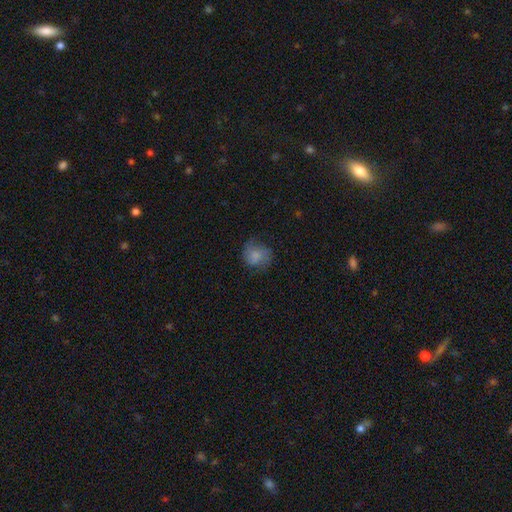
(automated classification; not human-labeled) Morphology: type=smooth (71%); roundness=round (76%); merging=none (62%).